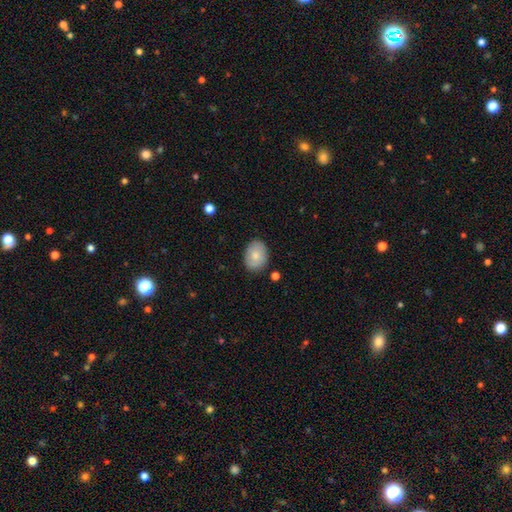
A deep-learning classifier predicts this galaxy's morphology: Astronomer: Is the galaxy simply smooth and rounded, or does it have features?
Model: smooth — 77%.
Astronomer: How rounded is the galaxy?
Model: in between — 72%.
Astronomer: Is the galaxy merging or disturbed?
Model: none — 84%.